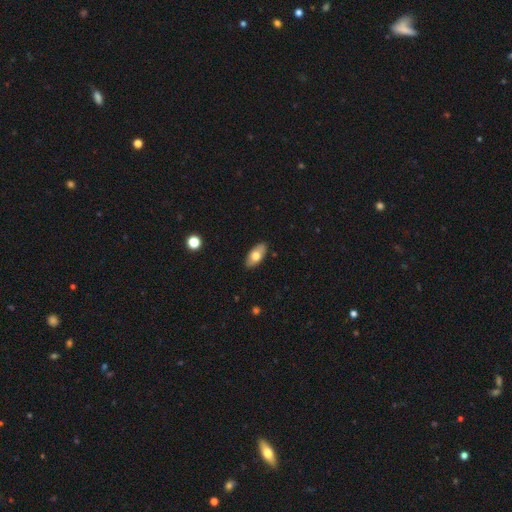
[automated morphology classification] Q: Smooth or featured?
A: smooth (70%); runner-up: featured or disk (24%)
Q: How rounded?
A: in between (91%); runner-up: cigar-shaped (6%)
Q: Merging?
A: none (88%); runner-up: minor disturbance (9%)